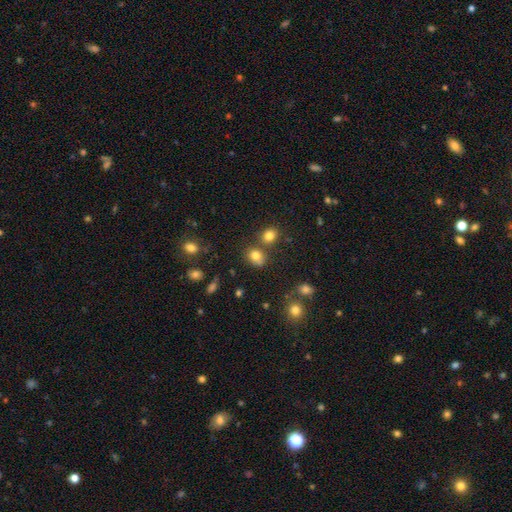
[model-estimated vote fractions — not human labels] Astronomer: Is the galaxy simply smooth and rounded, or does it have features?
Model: smooth — 79%.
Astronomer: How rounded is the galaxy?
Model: round — 54% (runner-up: in between, 45%).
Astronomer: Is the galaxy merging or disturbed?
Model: none — 61%.